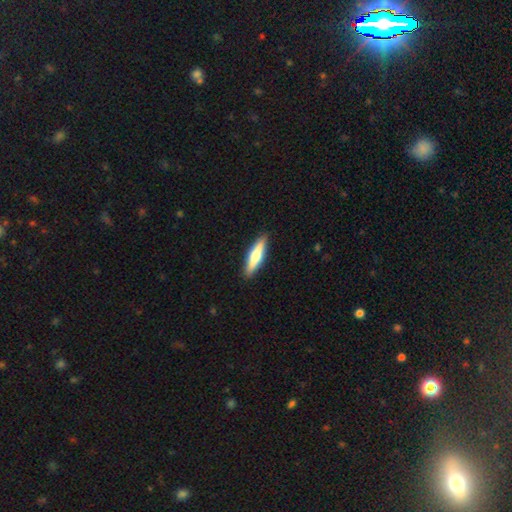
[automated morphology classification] Smooth or featured?
  - smooth: 62% *
  - featured or disk: 33%
  - star or artifact: 5%
How rounded?
  - cigar-shaped: 75% *
  - in between: 23%
  - round: 2%
Merging?
  - none: 90% *
  - minor disturbance: 8%
  - major disturbance: 2%
  - merger: 1%